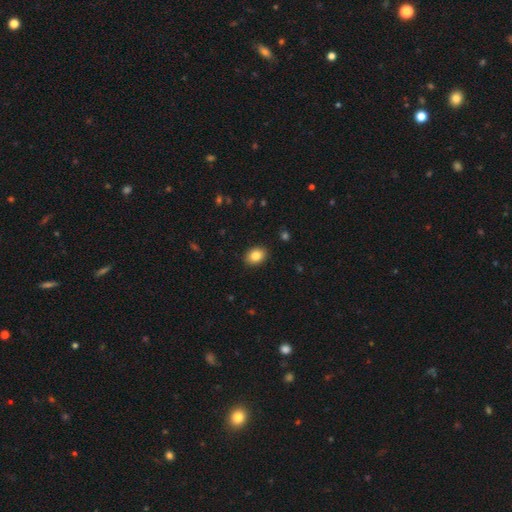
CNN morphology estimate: Q: Smooth or featured?
A: smooth (84%); runner-up: star or artifact (9%)
Q: How rounded?
A: in between (67%); runner-up: round (32%)
Q: Merging?
A: none (90%); runner-up: minor disturbance (7%)